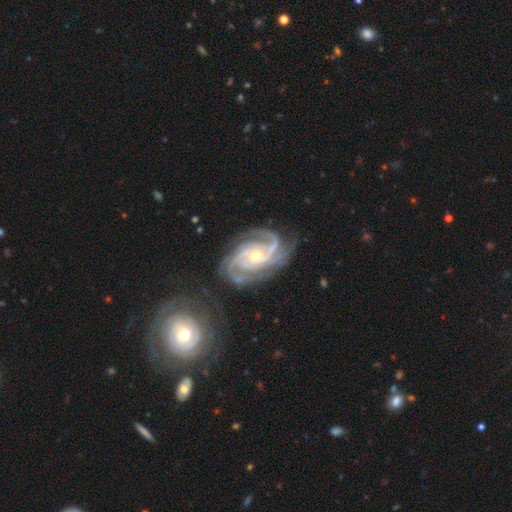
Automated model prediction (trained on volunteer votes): Smooth or featured? featured or disk (93%)
Edge-on disk? no (98%)
Bar? no (63%)
Spiral arms? yes (99%)
Spiral winding? tight (53%)
Spiral arm count? 3 (44%)
Bulge size? small (57%)
Merging? none (66%)